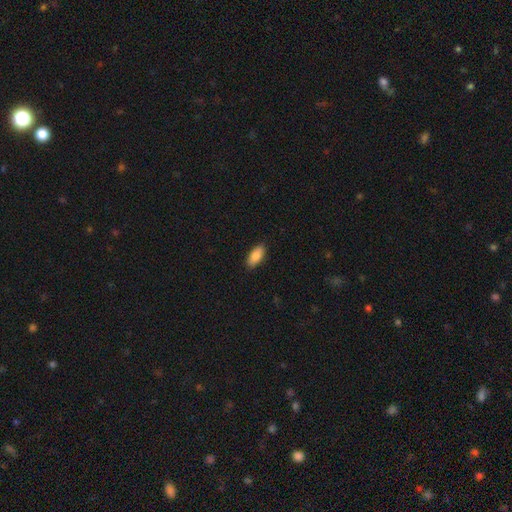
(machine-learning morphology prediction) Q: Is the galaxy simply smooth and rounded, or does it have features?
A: smooth — 86%.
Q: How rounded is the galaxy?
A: in between — 87%.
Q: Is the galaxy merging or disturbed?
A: none — 89%.